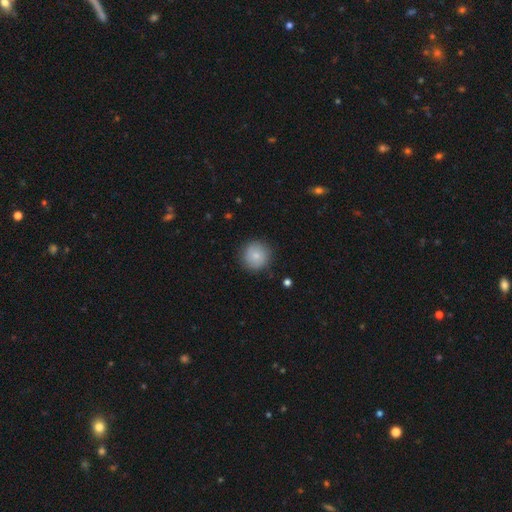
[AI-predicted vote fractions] Smooth or featured?
  - smooth: 78% *
  - featured or disk: 15%
  - star or artifact: 7%
How rounded?
  - round: 94% *
  - in between: 5%
  - cigar-shaped: 1%
Merging?
  - none: 86% *
  - minor disturbance: 10%
  - major disturbance: 3%
  - merger: 1%